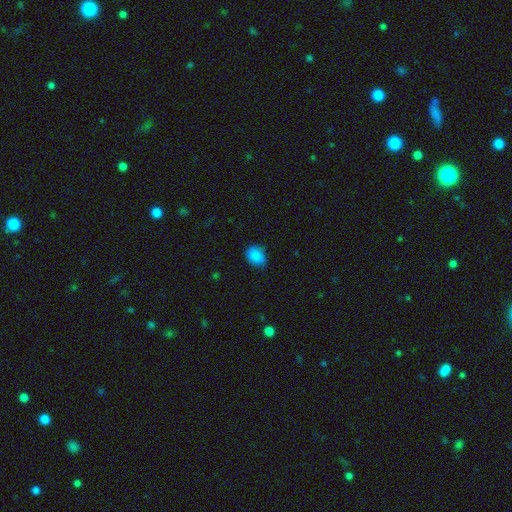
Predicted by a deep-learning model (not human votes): Smooth or featured? Predicted: smooth (p=0.87). How rounded? Predicted: in between (p=0.59). Merging? Predicted: none (p=0.81).